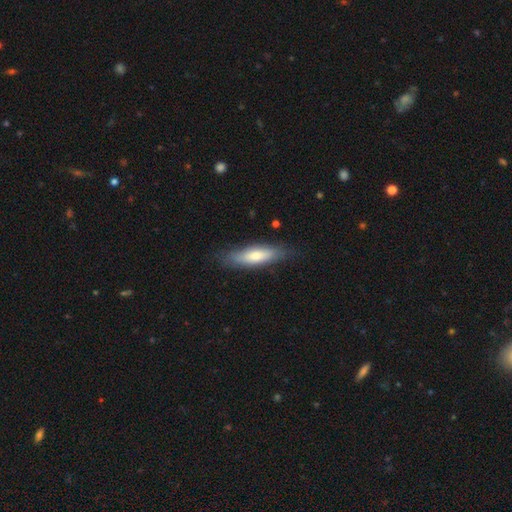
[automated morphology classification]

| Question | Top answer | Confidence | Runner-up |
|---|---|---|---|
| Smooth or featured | smooth | 67% | featured or disk (27%) |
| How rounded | cigar-shaped | 60% | in between (38%) |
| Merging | none | 81% | minor disturbance (14%) |